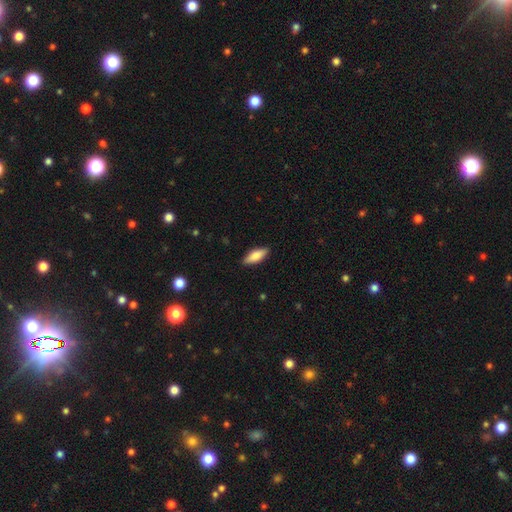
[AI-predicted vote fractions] smooth_or_featured: smooth (p=0.76) [alt: featured or disk p=0.18]
how_rounded: in between (p=0.64) [alt: cigar-shaped p=0.34]
merging: none (p=0.88) [alt: minor disturbance p=0.09]